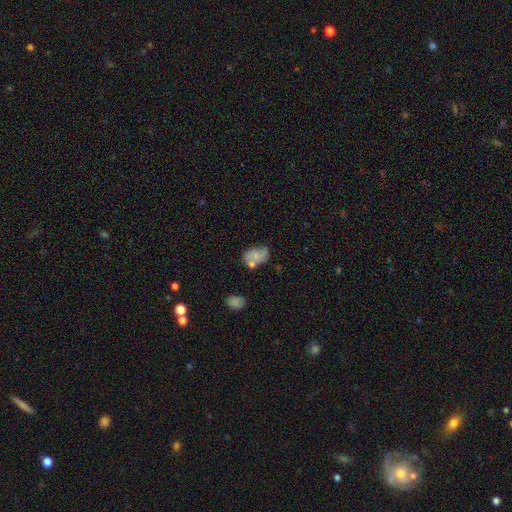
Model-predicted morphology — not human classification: Q: Smooth or featured?
A: smooth (59%); runner-up: featured or disk (32%)
Q: How rounded?
A: in between (81%); runner-up: round (18%)
Q: Merging?
A: none (42%); runner-up: minor disturbance (26%)